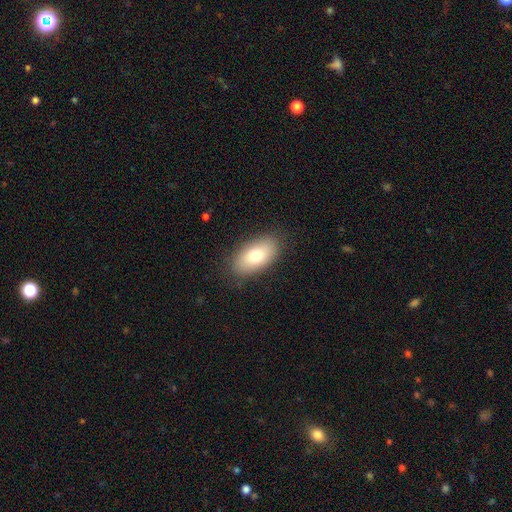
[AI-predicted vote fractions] Smooth or featured?
  - smooth: 74% *
  - featured or disk: 18%
  - star or artifact: 8%
How rounded?
  - in between: 92% *
  - round: 5%
  - cigar-shaped: 3%
Merging?
  - none: 85% *
  - minor disturbance: 11%
  - major disturbance: 3%
  - merger: 1%